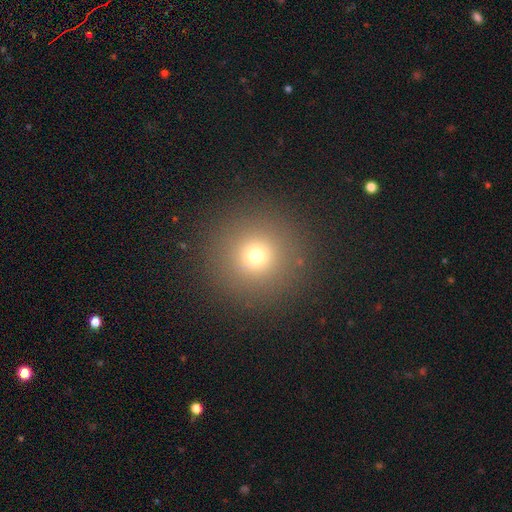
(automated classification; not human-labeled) A smooth galaxy with no disk features (71%) that is round (96%).

Vote fractions:
- Smooth or featured? smooth: 71% / star or artifact: 20% / featured or disk: 9%
- How rounded? round: 96% / in between: 3% / cigar-shaped: 1%
- Merging? none: 92% / minor disturbance: 5% / major disturbance: 3% / merger: 1%